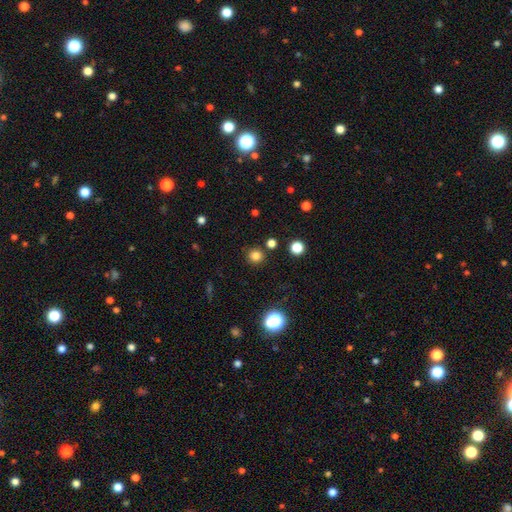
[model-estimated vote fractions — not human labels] smooth-or-featured: smooth: 79% | star or artifact: 16% | featured or disk: 5%
  how-rounded: round: 94% | in between: 5% | cigar-shaped: 1%
  merging: none: 89% | minor disturbance: 6% | merger: 3% | major disturbance: 2%